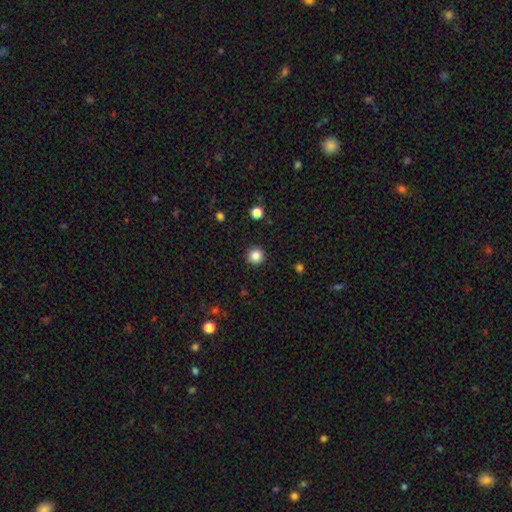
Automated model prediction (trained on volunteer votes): Smooth or featured?
  - smooth: 86% *
  - star or artifact: 11%
  - featured or disk: 3%
How rounded?
  - round: 96% *
  - in between: 3%
  - cigar-shaped: 1%
Merging?
  - none: 93% *
  - minor disturbance: 5%
  - major disturbance: 2%
  - merger: 1%